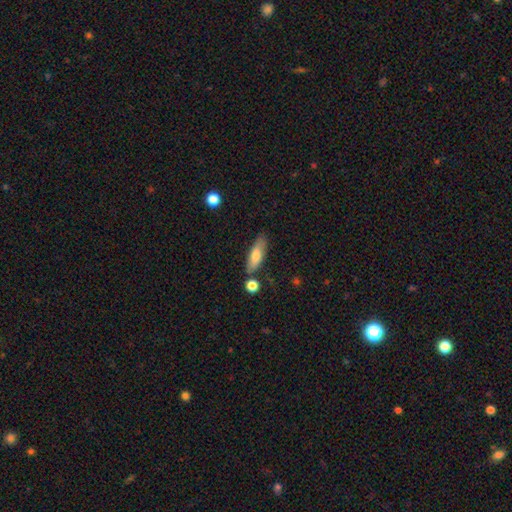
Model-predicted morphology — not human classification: smooth-or-featured: smooth: 72% | featured or disk: 22% | star or artifact: 6%
  how-rounded: in between: 53% | cigar-shaped: 44% | round: 3%
  merging: none: 74% | minor disturbance: 15% | merger: 7% | major disturbance: 3%